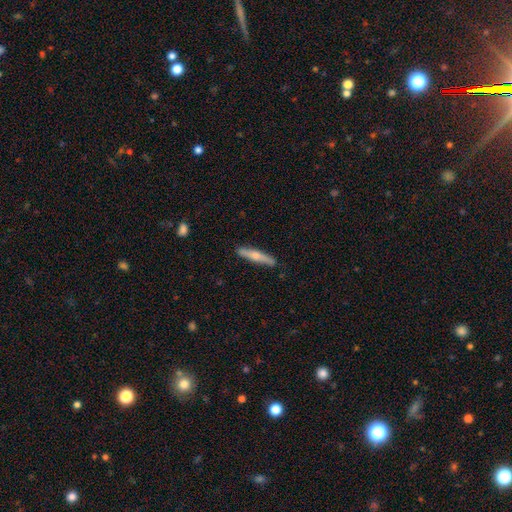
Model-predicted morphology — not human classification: smooth 54%, featured or disk 41%, star or artifact 5%. Down the decision tree: how rounded — cigar-shaped (91%); merging — none (88%).